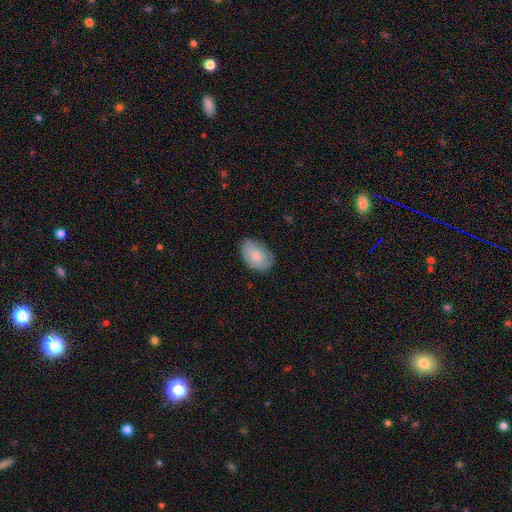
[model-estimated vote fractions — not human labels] Morphology: type=smooth (79%); roundness=in between (88%); merging=none (74%).